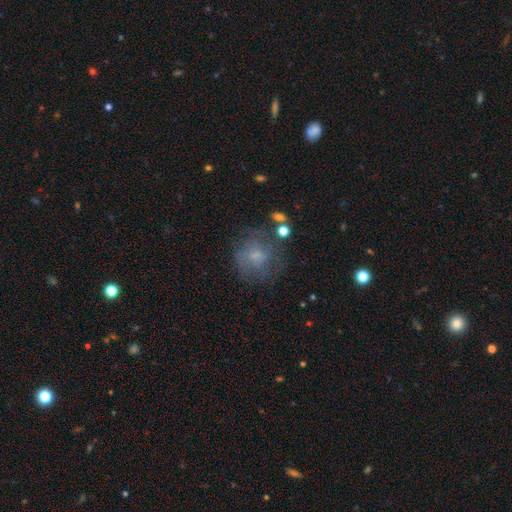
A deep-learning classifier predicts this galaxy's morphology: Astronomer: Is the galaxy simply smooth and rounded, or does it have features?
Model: smooth — 49% (runner-up: featured or disk, 36%).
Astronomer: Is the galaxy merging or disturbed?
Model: none — 57%.